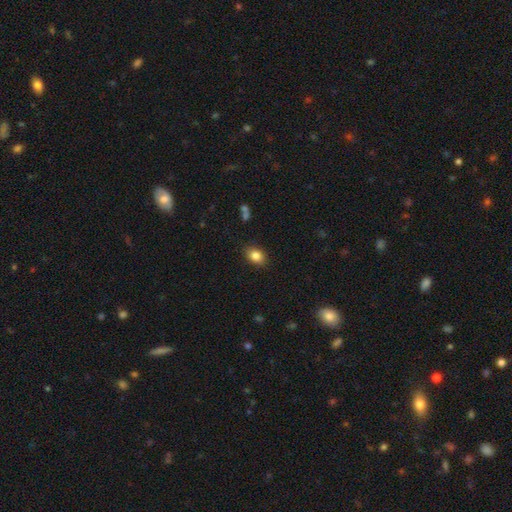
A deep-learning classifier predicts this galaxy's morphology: Overall: smooth (84%). How rounded: in between (69%; round 29%). Merging: none (86%).